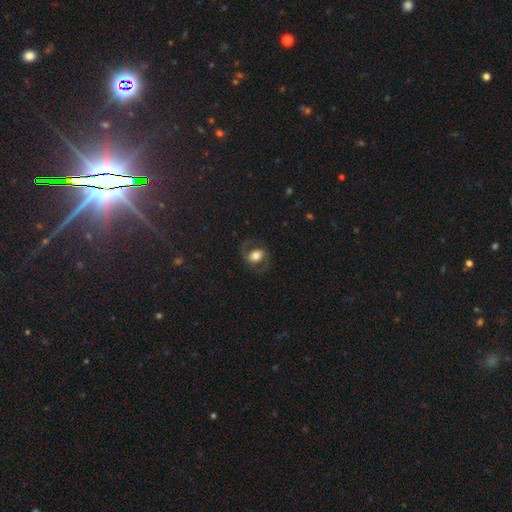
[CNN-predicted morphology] Q: Smooth or featured?
A: featured or disk (52%); runner-up: smooth (40%)
Q: Edge-on disk?
A: no (95%); runner-up: yes (5%)
Q: Merging?
A: none (72%); runner-up: minor disturbance (14%)